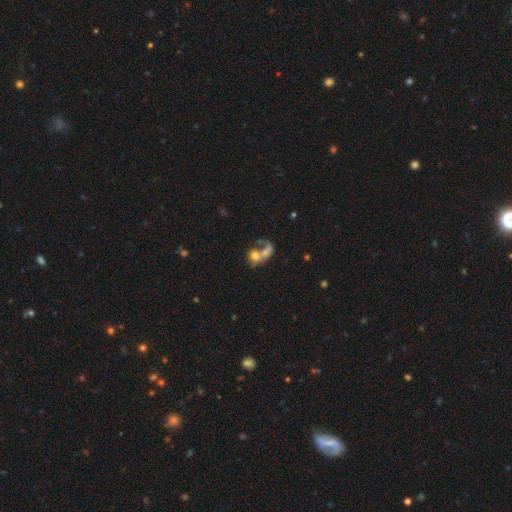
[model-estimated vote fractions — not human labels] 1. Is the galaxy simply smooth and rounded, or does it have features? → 53% smooth, 35% featured or disk, 12% star or artifact.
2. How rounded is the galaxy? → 49% round (tied), 49% in between (tied), 3% cigar-shaped.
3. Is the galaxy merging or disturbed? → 63% merger, 17% major disturbance, 14% none, 6% minor disturbance.